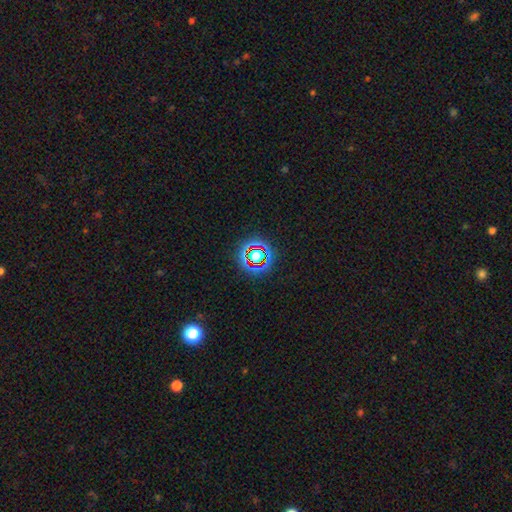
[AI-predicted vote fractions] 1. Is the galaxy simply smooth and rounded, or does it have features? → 69% star or artifact, 20% smooth, 11% featured or disk.